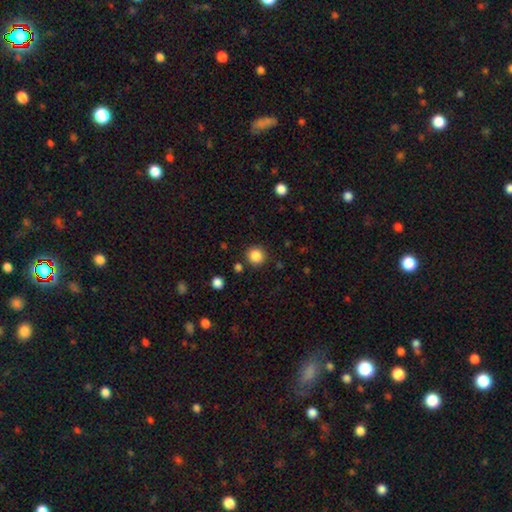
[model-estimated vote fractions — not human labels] A smooth galaxy with no disk features (86%) that is round (91%). Merging: none (87%).